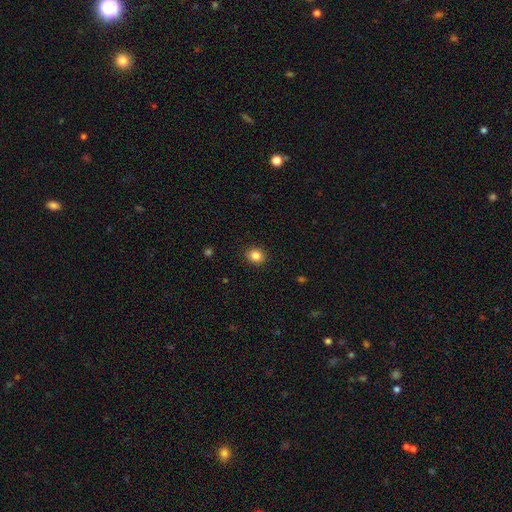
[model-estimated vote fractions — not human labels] smooth_or_featured: smooth (p=0.86) [alt: star or artifact p=0.10]
how_rounded: round (p=0.69) [alt: in between p=0.30]
merging: none (p=0.90) [alt: minor disturbance p=0.07]